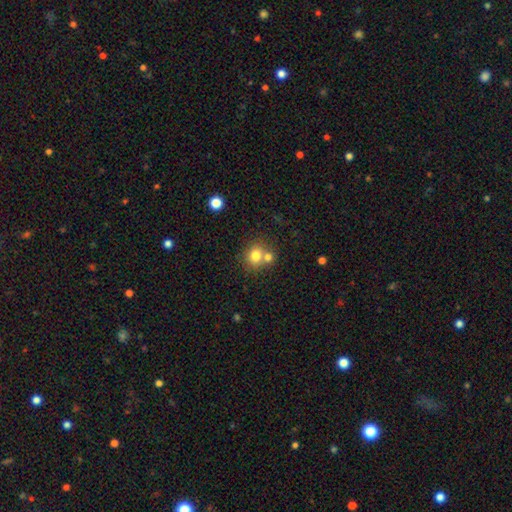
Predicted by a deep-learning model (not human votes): Smooth or featured: smooth — 76% (featured or disk — 12%)
How rounded: round — 77% (in between — 22%)
Merging: none — 49% (merger — 40%)